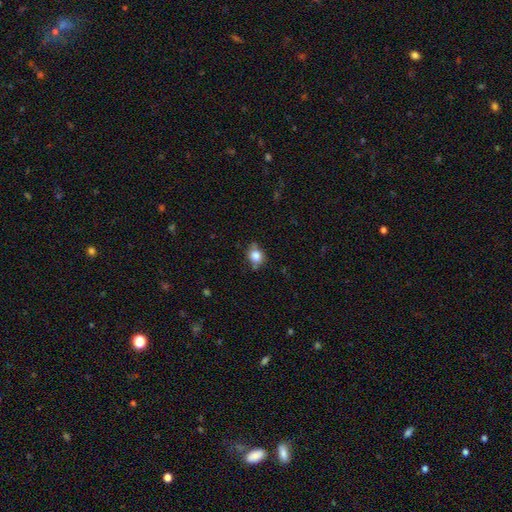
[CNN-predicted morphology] Smooth or featured: smooth — 78% (featured or disk — 12%)
How rounded: round — 60% (in between — 38%)
Merging: none — 65% (minor disturbance — 25%)